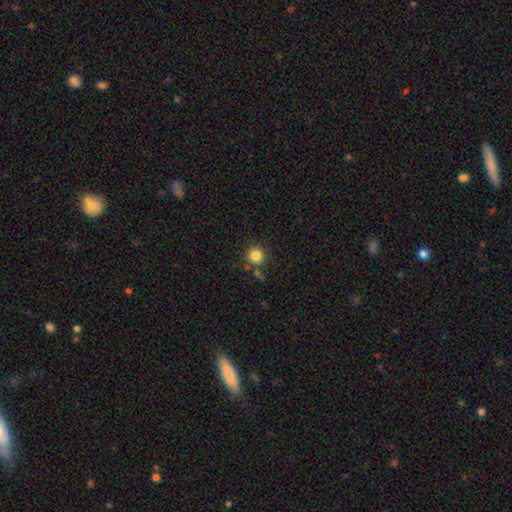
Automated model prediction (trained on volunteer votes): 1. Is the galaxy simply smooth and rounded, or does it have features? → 83% smooth, 12% star or artifact, 5% featured or disk.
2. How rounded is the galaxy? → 94% round, 5% in between, 1% cigar-shaped.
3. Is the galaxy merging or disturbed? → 81% none, 9% minor disturbance, 7% merger, 3% major disturbance.